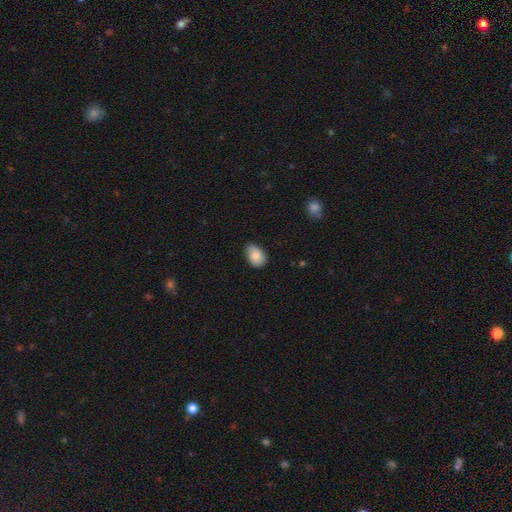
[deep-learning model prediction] Smooth or featured? Predicted: smooth (p=0.84). How rounded? Predicted: in between (p=0.83). Merging? Predicted: none (p=0.71).